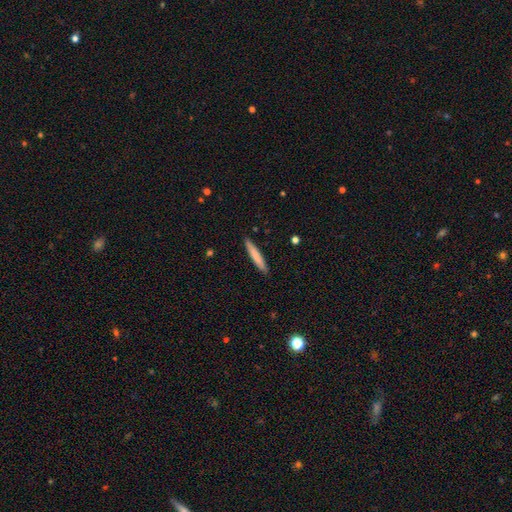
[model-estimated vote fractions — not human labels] Smooth or featured? smooth (77%)
How rounded? cigar-shaped (93%)
Merging? none (90%)